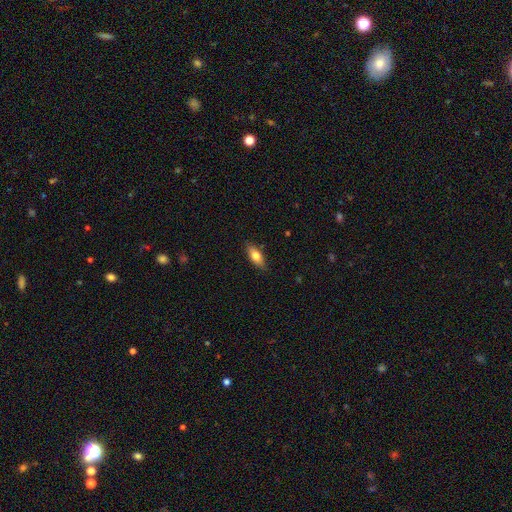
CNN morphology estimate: A smooth galaxy with no disk features (74%) that is in between round and cigar-shaped (77%).

Vote fractions:
- Smooth or featured? smooth: 74% / featured or disk: 19% / star or artifact: 7%
- How rounded? in between: 77% / cigar-shaped: 20% / round: 3%
- Merging? none: 85% / minor disturbance: 11% / major disturbance: 2% / merger: 1%